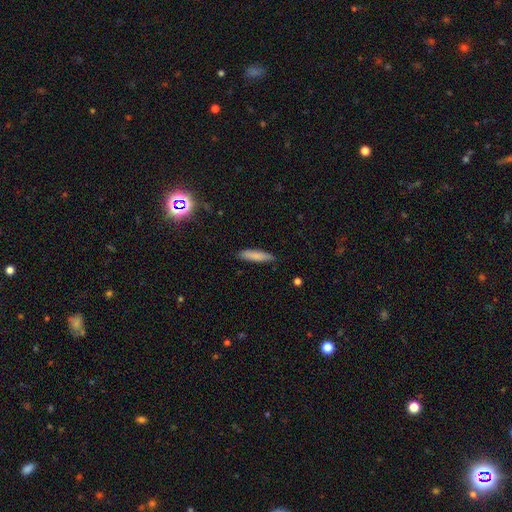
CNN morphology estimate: Smooth or featured?
  - smooth: 83% *
  - featured or disk: 10%
  - star or artifact: 7%
How rounded?
  - cigar-shaped: 72% *
  - in between: 27%
  - round: 1%
Merging?
  - none: 86% *
  - minor disturbance: 11%
  - major disturbance: 2%
  - merger: 1%